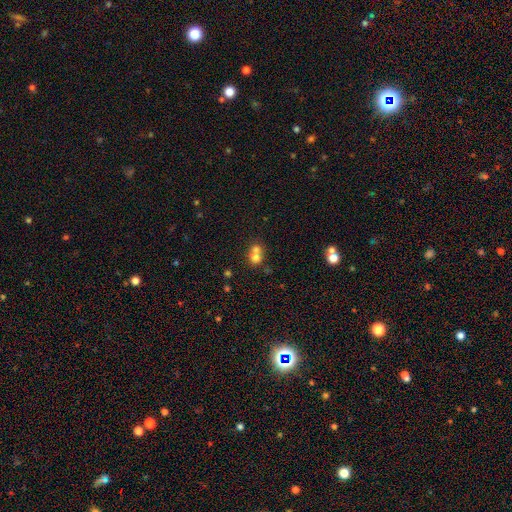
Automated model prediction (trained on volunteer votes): This appears to be a smooth galaxy with no disk features (68%) that is round (76%). Merging: merger (67%).